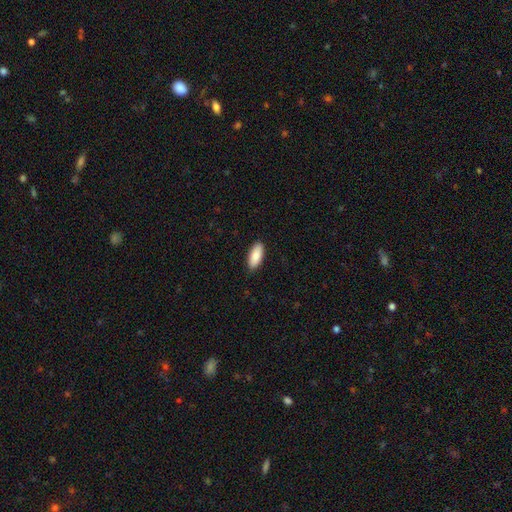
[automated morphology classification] Smooth or featured? Predicted: smooth (p=0.89). How rounded? Predicted: in between (p=0.84). Merging? Predicted: none (p=0.89).